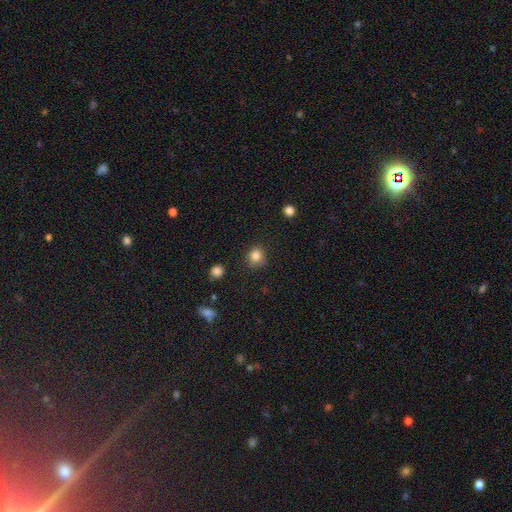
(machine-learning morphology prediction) A smooth galaxy with no disk features (84%) that is round (84%). Merging: none (81%).